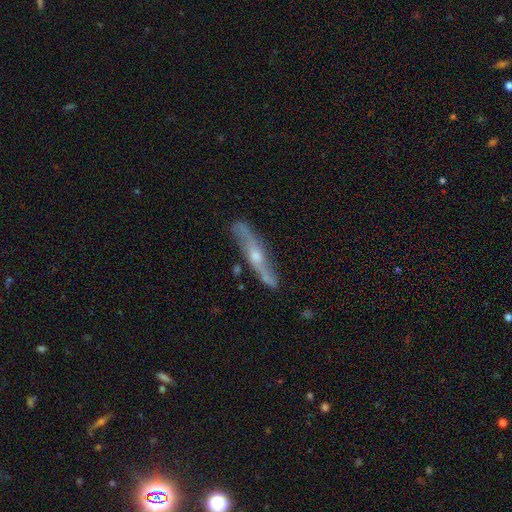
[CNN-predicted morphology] Smooth or featured: featured or disk — 78% (smooth — 16%)
Edge-on disk: yes — 63% (no — 37%)
Merging: none — 79% (minor disturbance — 15%)